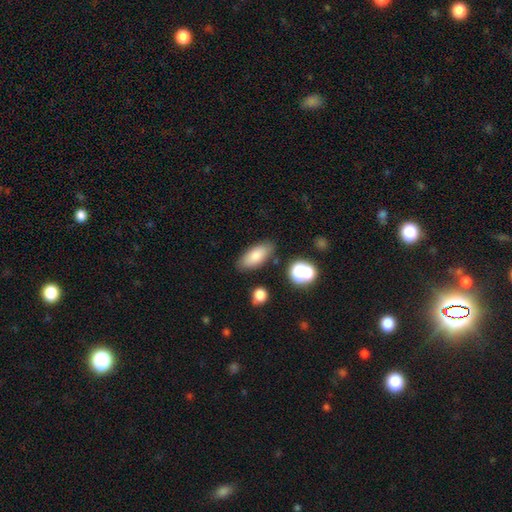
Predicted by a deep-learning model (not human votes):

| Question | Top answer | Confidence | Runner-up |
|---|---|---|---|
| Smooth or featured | smooth | 81% | featured or disk (10%) |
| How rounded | in between | 84% | cigar-shaped (12%) |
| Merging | none | 81% | minor disturbance (12%) |